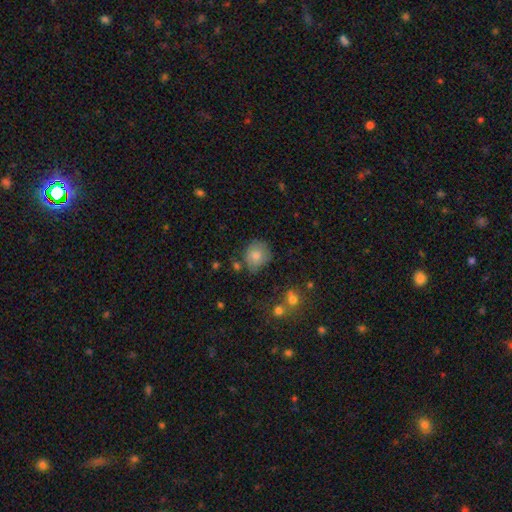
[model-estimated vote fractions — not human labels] smooth-or-featured: smooth: 79% | featured or disk: 13% | star or artifact: 8%
  how-rounded: round: 77% | in between: 22% | cigar-shaped: 1%
  merging: none: 65% | minor disturbance: 24% | major disturbance: 7% | merger: 5%